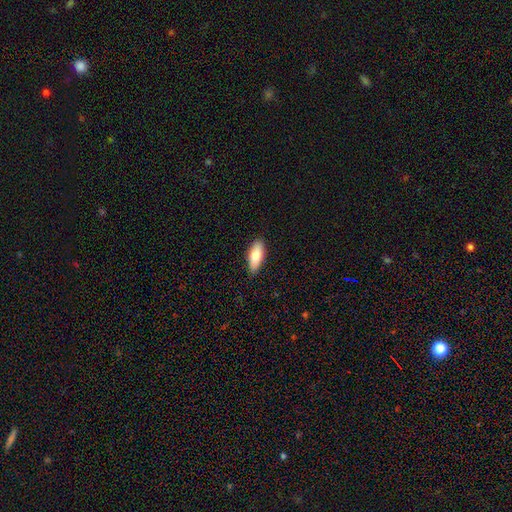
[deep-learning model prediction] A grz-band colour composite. It shows a smooth galaxy with no disk features (87%) that is in between round and cigar-shaped (79%). Merging: none (87%).